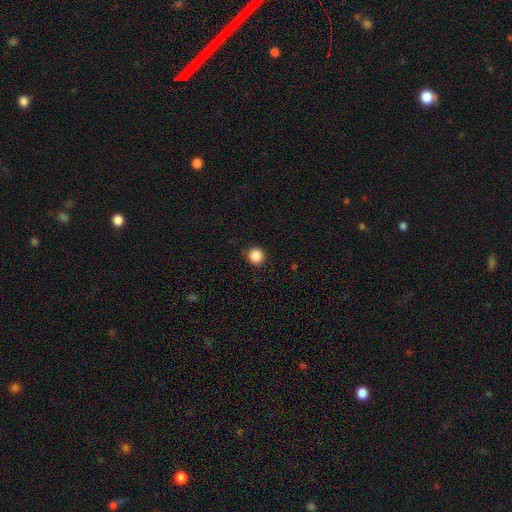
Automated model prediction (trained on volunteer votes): A smooth galaxy with no disk features (88%) that is round (93%).

Vote fractions:
- Smooth or featured? smooth: 88% / star or artifact: 10% / featured or disk: 2%
- How rounded? round: 93% / in between: 6% / cigar-shaped: 1%
- Merging? none: 91% / minor disturbance: 6% / major disturbance: 2% / merger: 1%